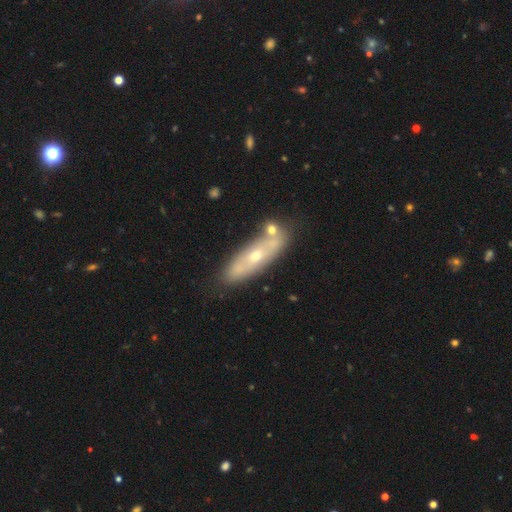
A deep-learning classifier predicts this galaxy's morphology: A featured or disk galaxy (56%).

Vote fractions:
- Smooth or featured? featured or disk: 56% / smooth: 37% / star or artifact: 7%
- Edge-on disk? no: 67% / yes: 33%
- Merging? none: 68% / minor disturbance: 15% / merger: 13% / major disturbance: 4%